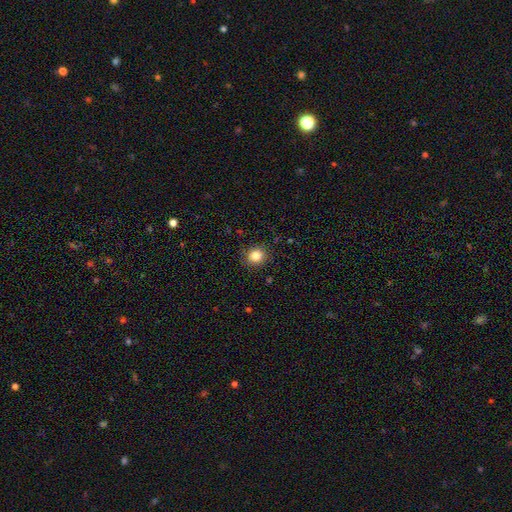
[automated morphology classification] smooth_or_featured: smooth (p=0.85) [alt: star or artifact p=0.10]
how_rounded: round (p=0.85) [alt: in between p=0.14]
merging: none (p=0.87) [alt: minor disturbance p=0.09]